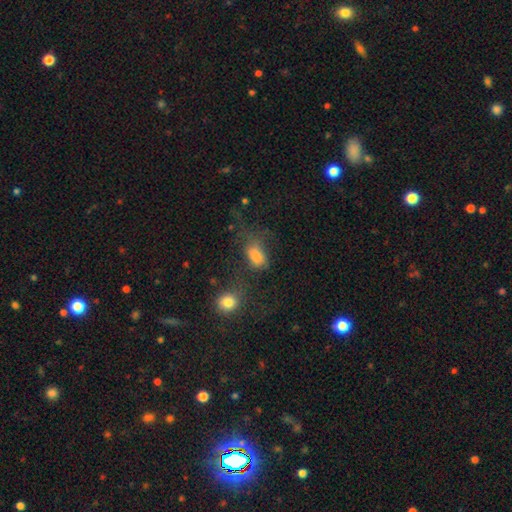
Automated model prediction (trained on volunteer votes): This is likely a smooth galaxy (75%). How rounded: clearly in between (82%). Merging: marginally none (37%).